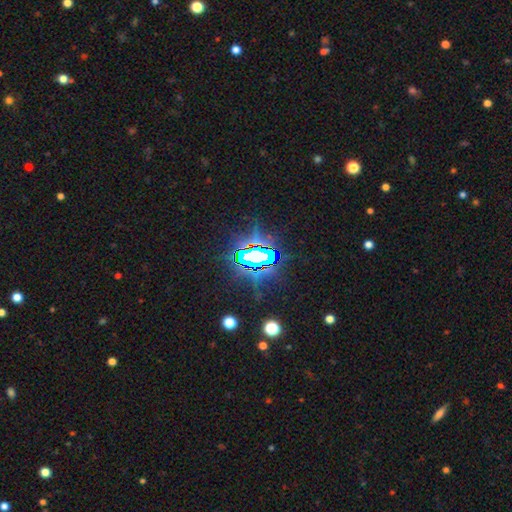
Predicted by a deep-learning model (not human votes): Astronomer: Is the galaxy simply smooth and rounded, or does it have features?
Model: star or artifact — 77%.